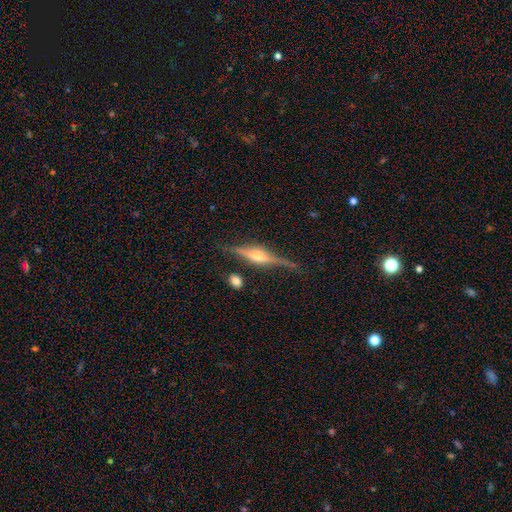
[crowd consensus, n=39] A featured or disk galaxy (79%) viewed edge-on (100%) with a rounded central bulge (97%). Merging: none (84%).